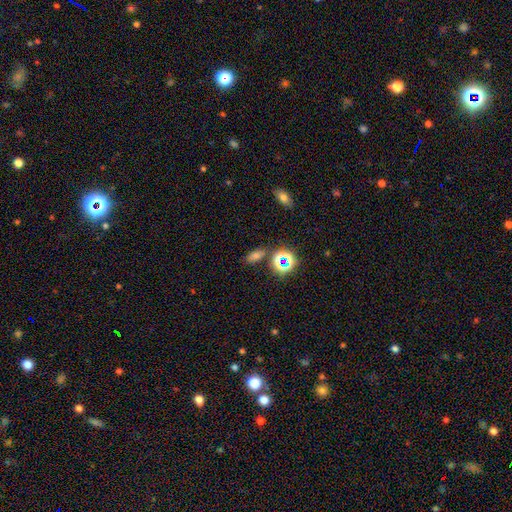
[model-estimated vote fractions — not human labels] Smooth or featured?
  - smooth: 50% *
  - star or artifact: 39%
  - featured or disk: 11%
How rounded?
  - in between: 66% *
  - round: 23%
  - cigar-shaped: 11%
Merging?
  - none: 79% *
  - minor disturbance: 10%
  - merger: 7%
  - major disturbance: 4%